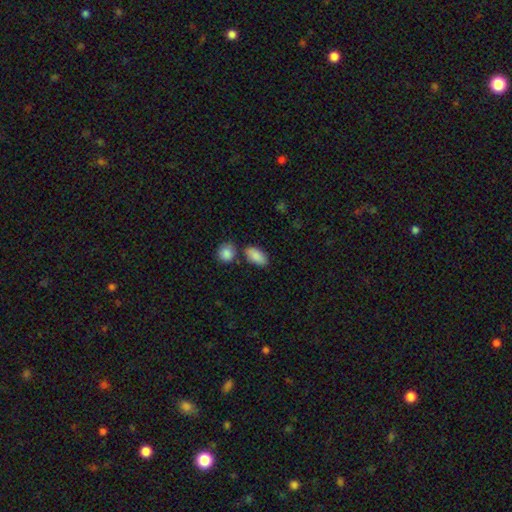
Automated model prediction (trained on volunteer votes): Morphology: type=smooth (87%); roundness=in between (91%); merging=none (70%).